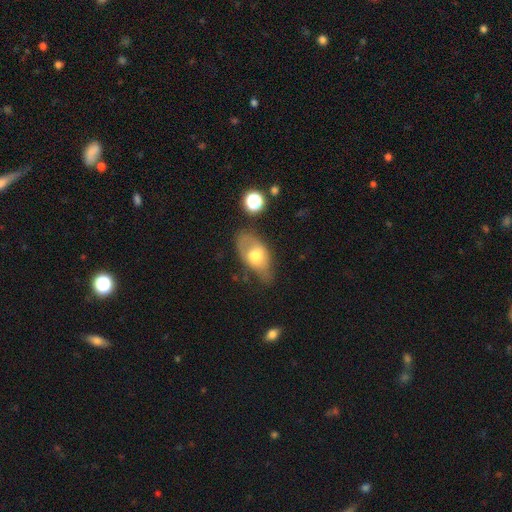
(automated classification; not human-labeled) Overall: smooth (57%; featured or disk 35%). How rounded: in between (88%). Merging: none (47%; minor disturbance 33%).